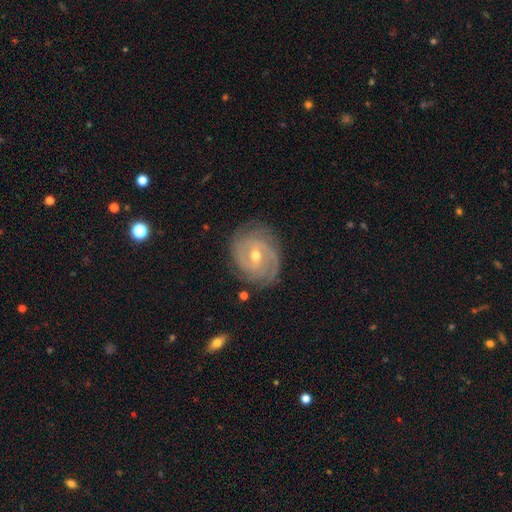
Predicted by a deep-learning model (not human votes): Smooth or featured? featured or disk (87%)
Edge-on disk? no (97%)
Bar? weak (48%)
Spiral arms? yes (97%)
Spiral winding? tight (71%)
Spiral arm count? 2 (32%)
Bulge size? moderate (51%)
Merging? none (79%)